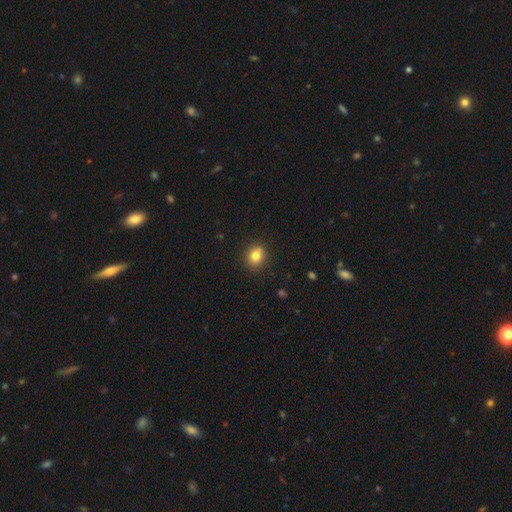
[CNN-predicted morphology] Smooth or featured? Predicted: smooth (p=0.81). How rounded? Predicted: round (p=0.77). Merging? Predicted: none (p=0.87).